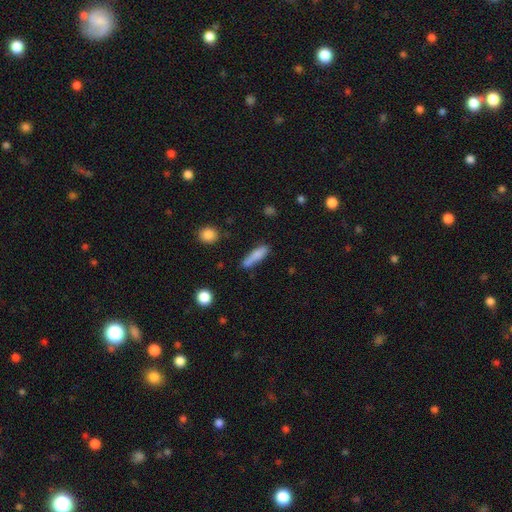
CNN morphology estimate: Overall: smooth (80%). How rounded: cigar-shaped (69%). Merging: none (63%; minor disturbance 23%).